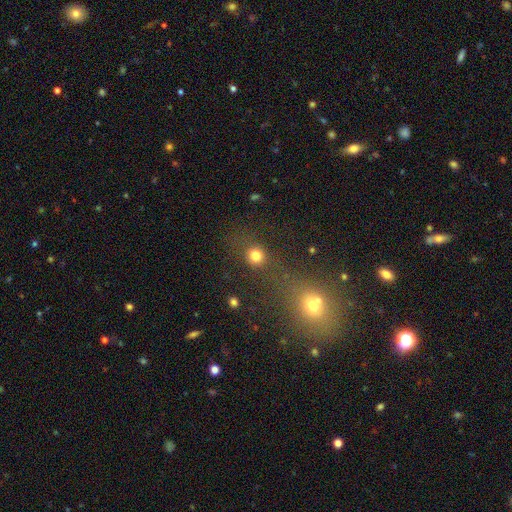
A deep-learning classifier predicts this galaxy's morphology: smooth_or_featured: smooth (p=0.78) [alt: star or artifact p=0.15]
how_rounded: round (p=0.87) [alt: in between p=0.12]
merging: none (p=0.71) [alt: merger p=0.13]